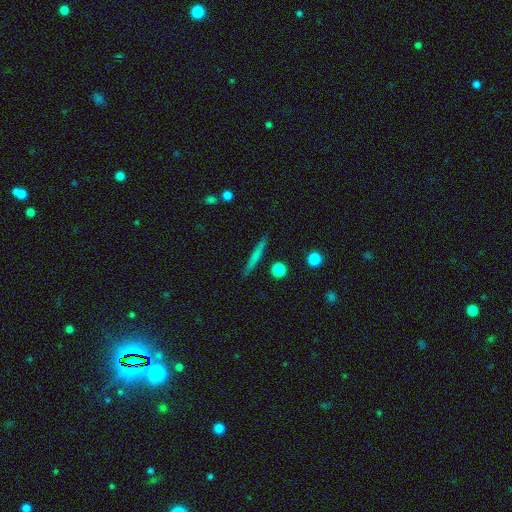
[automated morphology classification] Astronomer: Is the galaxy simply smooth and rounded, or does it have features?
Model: smooth — 63%.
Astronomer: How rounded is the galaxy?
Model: cigar-shaped — 93%.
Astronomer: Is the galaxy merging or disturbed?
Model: none — 88%.